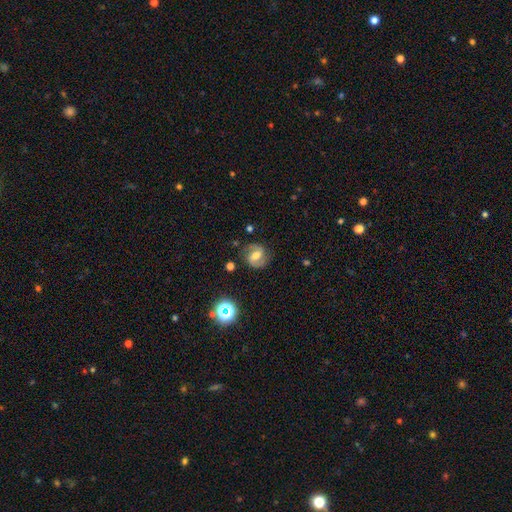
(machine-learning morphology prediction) Smooth or featured?
  - featured or disk: 73% *
  - smooth: 18%
  - star or artifact: 10%
Edge-on disk?
  - no: 97% *
  - yes: 3%
Bar?
  - weak: 46% *
  - strong: 31%
  - no: 22%
Spiral arms?
  - yes: 92% *
  - no: 8%
Spiral winding?
  - medium: 54% *
  - tight: 27%
  - loose: 19%
Spiral arm count?
  - 2: 89% *
  - can't tell: 5%
  - 1: 3%
  - 3: 1%
  - 4: 1%
  - more than 4: 1%
Bulge size?
  - moderate: 62% *
  - small: 22%
  - large: 11%
  - none: 3%
  - dominant: 2%
Merging?
  - none: 81% *
  - minor disturbance: 13%
  - major disturbance: 5%
  - merger: 2%